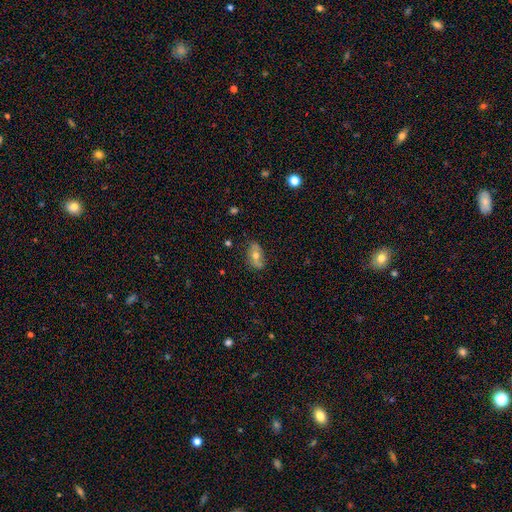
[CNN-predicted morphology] This appears to be a smooth galaxy with no disk features (50%) that is in between round and cigar-shaped (85%). Merging: none (77%).